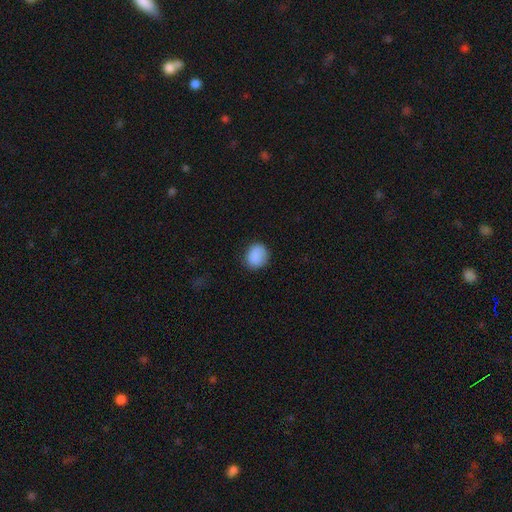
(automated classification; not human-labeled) A smooth galaxy with no disk features (87%) that is round (69%).

Vote fractions:
- Smooth or featured? smooth: 87% / star or artifact: 8% / featured or disk: 5%
- How rounded? round: 69% / in between: 30% / cigar-shaped: 1%
- Merging? none: 79% / minor disturbance: 16% / major disturbance: 4% / merger: 1%